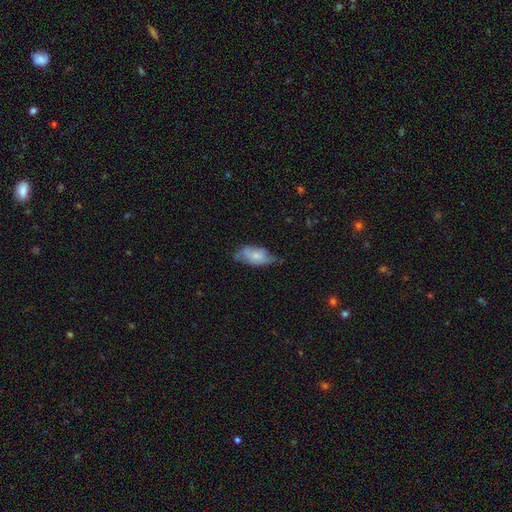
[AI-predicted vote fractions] Overall: smooth (56%; featured or disk 37%). How rounded: in between (89%). Merging: none (44%; minor disturbance 37%).